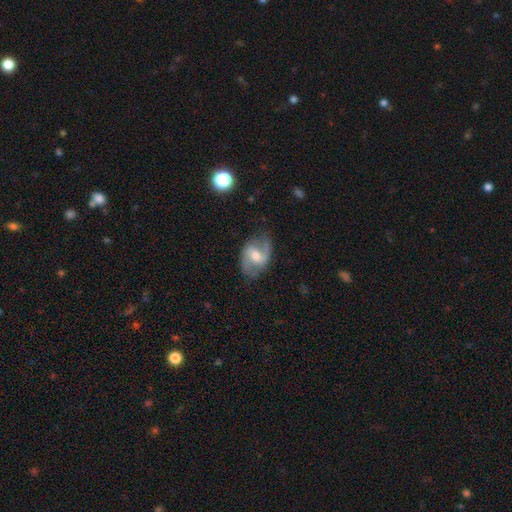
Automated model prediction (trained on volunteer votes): A featured or disk galaxy (81%) with a weak bar (55%), 2 (90%) medium (51%) spiral arms (94%) and a moderate central bulge (62%).

Vote fractions:
- Smooth or featured? featured or disk: 81% / smooth: 13% / star or artifact: 6%
- Edge-on disk? no: 97% / yes: 3%
- Bar? weak: 55% / no: 27% / strong: 19%
- Spiral arms? yes: 94% / no: 6%
- Spiral winding? medium: 51% / loose: 34% / tight: 15%
- Spiral arm count? 2: 90% / can't tell: 4% / 1: 3% / 3: 2% / 4: 1% / more than 4: 1%
- Bulge size? moderate: 62% / small: 24% / large: 10% / none: 4% / dominant: 1%
- Merging? none: 74% / minor disturbance: 18% / major disturbance: 7% / merger: 1%